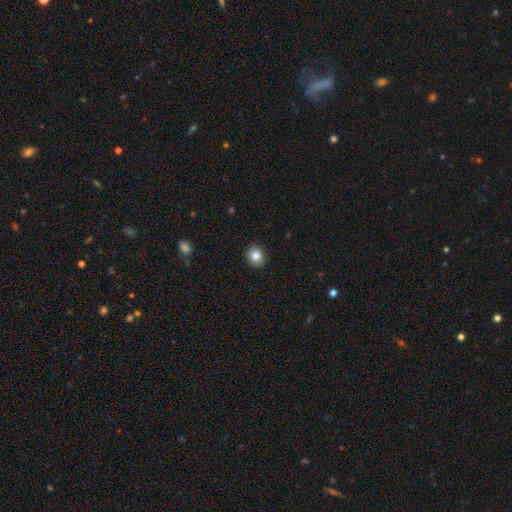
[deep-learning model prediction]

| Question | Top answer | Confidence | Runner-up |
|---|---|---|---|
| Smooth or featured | smooth | 83% | star or artifact (10%) |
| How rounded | round | 69% | in between (30%) |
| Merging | none | 91% | minor disturbance (6%) |